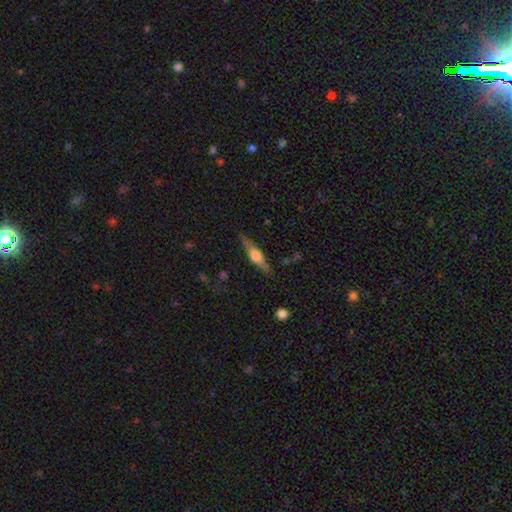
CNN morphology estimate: Overall: featured or disk (65%; smooth 29%). Edge-on disk: yes (96%). Edge-on bulge: rounded (91%). Merging: none (84%).